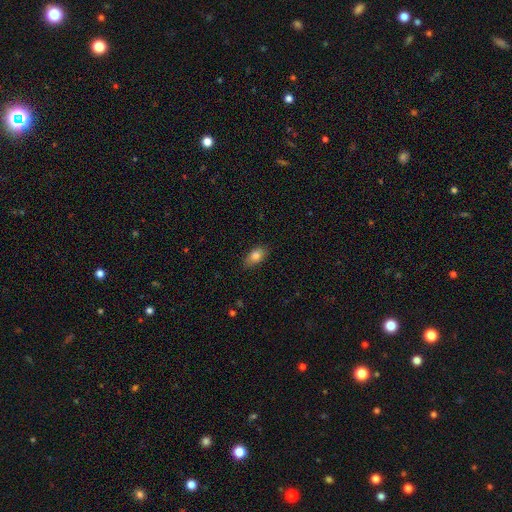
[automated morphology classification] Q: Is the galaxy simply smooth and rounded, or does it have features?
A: smooth — 82%.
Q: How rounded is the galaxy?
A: in between — 88%.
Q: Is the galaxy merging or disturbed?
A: none — 82%.